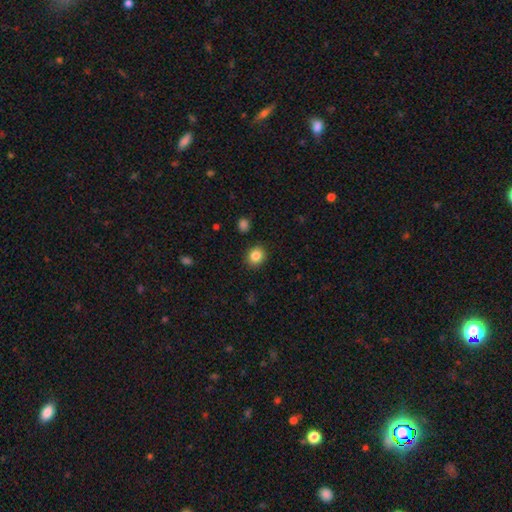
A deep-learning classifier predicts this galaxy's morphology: Smooth or featured? Predicted: smooth (p=0.85). How rounded? Predicted: round (p=0.77). Merging? Predicted: none (p=0.90).